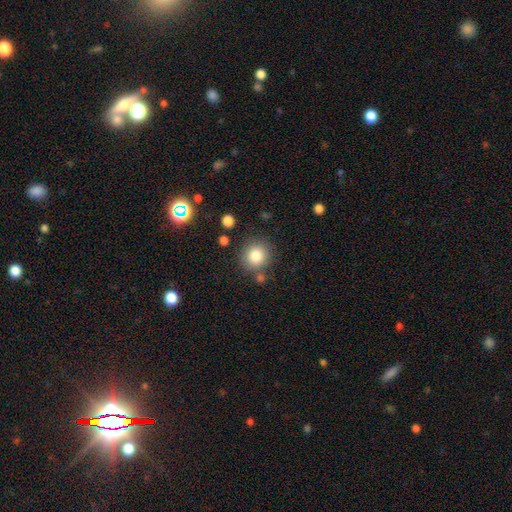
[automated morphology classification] Smooth or featured?
  - smooth: 83% *
  - star or artifact: 10%
  - featured or disk: 7%
How rounded?
  - round: 89% *
  - in between: 10%
  - cigar-shaped: 1%
Merging?
  - none: 80% *
  - minor disturbance: 10%
  - merger: 6%
  - major disturbance: 4%